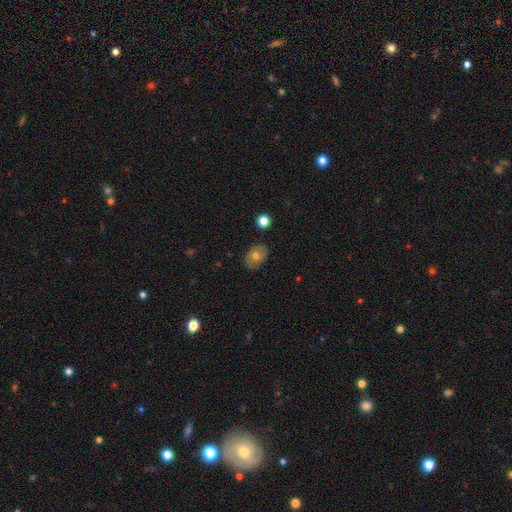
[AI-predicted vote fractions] smooth-or-featured: smooth: 68% | featured or disk: 23% | star or artifact: 9%
  how-rounded: in between: 71% | round: 28% | cigar-shaped: 1%
  merging: none: 84% | minor disturbance: 12% | major disturbance: 2% | merger: 2%